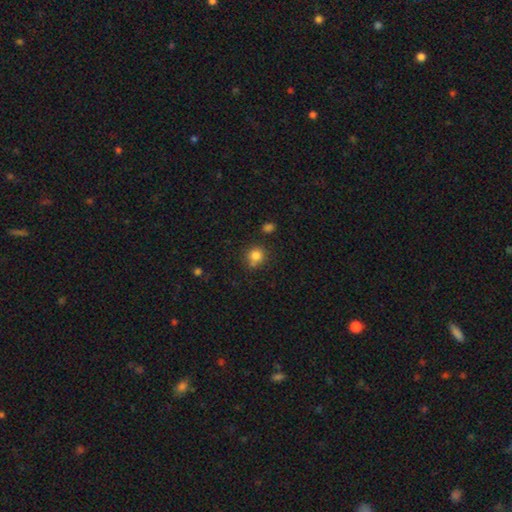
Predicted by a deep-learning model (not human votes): smooth-or-featured: smooth: 81% | star or artifact: 12% | featured or disk: 7%
  how-rounded: round: 85% | in between: 14% | cigar-shaped: 1%
  merging: none: 67% | minor disturbance: 16% | merger: 12% | major disturbance: 4%